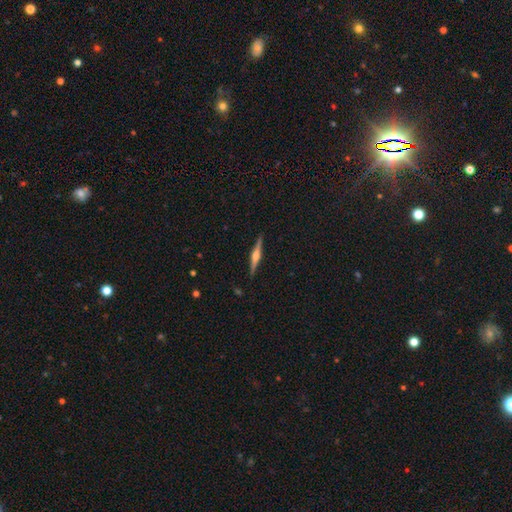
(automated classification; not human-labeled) smooth-or-featured: featured or disk: 76% | smooth: 19% | star or artifact: 6%
  disk-edge-on: yes: 98% | no: 2%
    edge-on-bulge: rounded: 88% | boxy: 8% | none: 4%
  merging: none: 91% | minor disturbance: 6% | major disturbance: 1% | merger: 1%